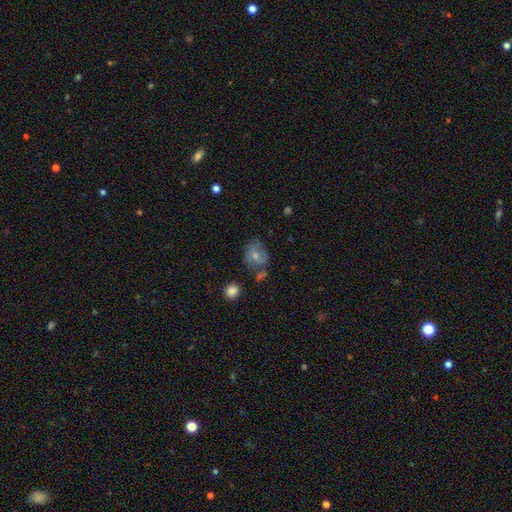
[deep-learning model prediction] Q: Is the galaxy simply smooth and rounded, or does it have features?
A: smooth — 65%.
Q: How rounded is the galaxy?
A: round — 53%.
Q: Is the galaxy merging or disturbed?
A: none — 53%.